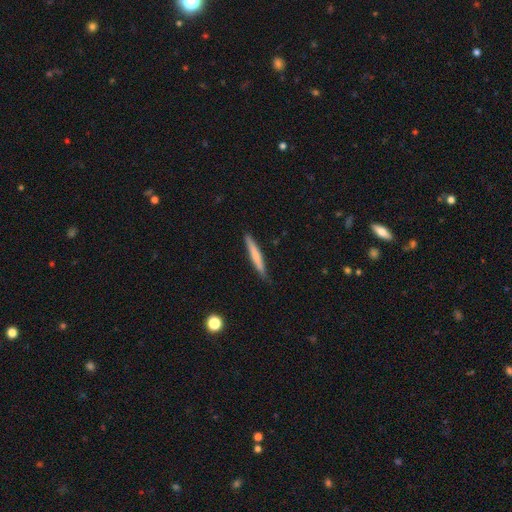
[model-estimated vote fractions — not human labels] This is likely a smooth galaxy (63%). How rounded: clearly cigar-shaped (95%). Merging: clearly none (86%).